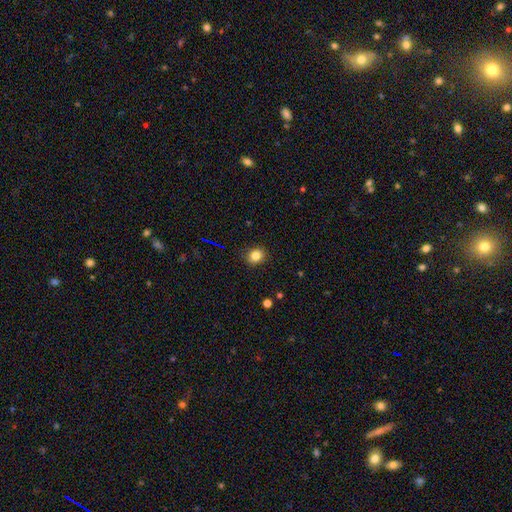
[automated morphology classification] A smooth galaxy with no disk features (82%) that is round (64%).

Vote fractions:
- Smooth or featured? smooth: 82% / star or artifact: 12% / featured or disk: 6%
- How rounded? round: 64% / in between: 35% / cigar-shaped: 1%
- Merging? none: 88% / minor disturbance: 8% / major disturbance: 2% / merger: 1%